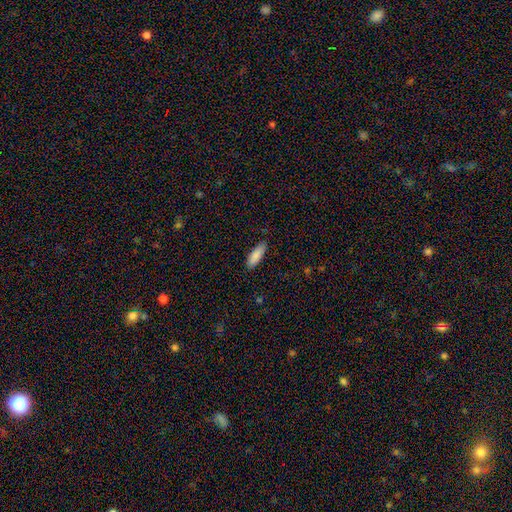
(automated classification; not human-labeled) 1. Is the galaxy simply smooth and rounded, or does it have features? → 87% smooth, 7% featured or disk, 6% star or artifact.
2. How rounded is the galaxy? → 55% in between, 43% cigar-shaped, 1% round.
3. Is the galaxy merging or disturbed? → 86% none, 11% minor disturbance, 2% major disturbance, 1% merger.